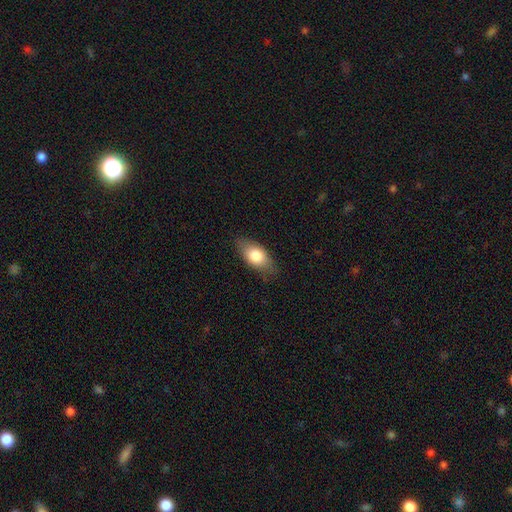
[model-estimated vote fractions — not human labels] Smooth or featured? Predicted: smooth (p=0.78). How rounded? Predicted: in between (p=0.88). Merging? Predicted: none (p=0.79).